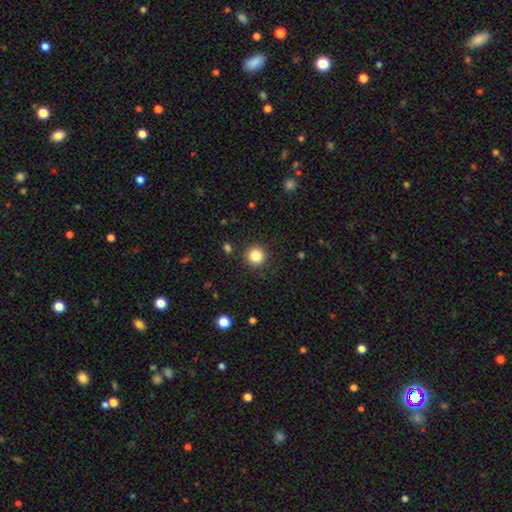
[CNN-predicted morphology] The model was most divided on "smooth or featured": smooth: 84%, star or artifact: 11%, featured or disk: 5%. More confident: how rounded — round (95%); merging — none (90%).